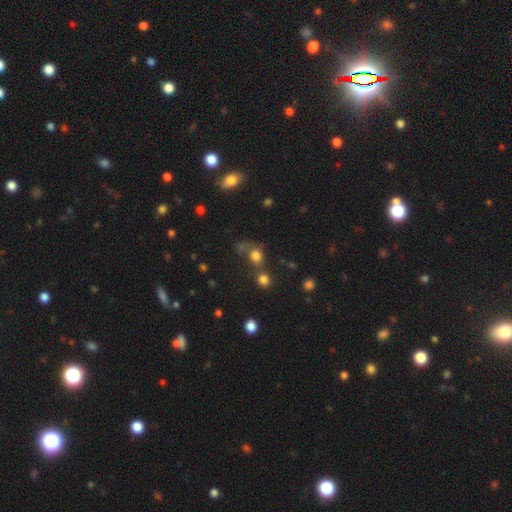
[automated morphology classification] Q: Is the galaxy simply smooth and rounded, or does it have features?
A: smooth — 73%.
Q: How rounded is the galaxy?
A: round — 67%.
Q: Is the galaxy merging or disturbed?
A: none — 44%.